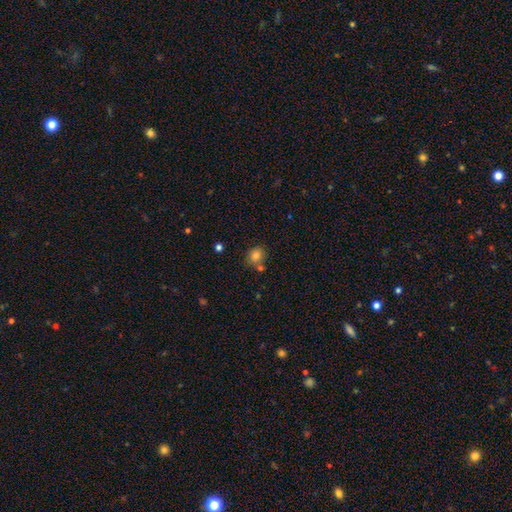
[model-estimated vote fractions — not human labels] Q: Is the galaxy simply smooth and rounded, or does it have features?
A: smooth — 82%.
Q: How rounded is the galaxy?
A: round — 71%.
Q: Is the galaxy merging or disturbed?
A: none — 70%.